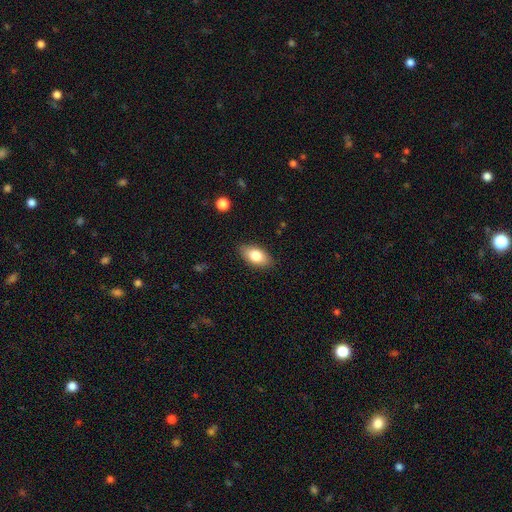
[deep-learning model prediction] smooth_or_featured: smooth (p=0.80) [alt: featured or disk p=0.13]
how_rounded: in between (p=0.91) [alt: round p=0.05]
merging: none (p=0.87) [alt: minor disturbance p=0.10]